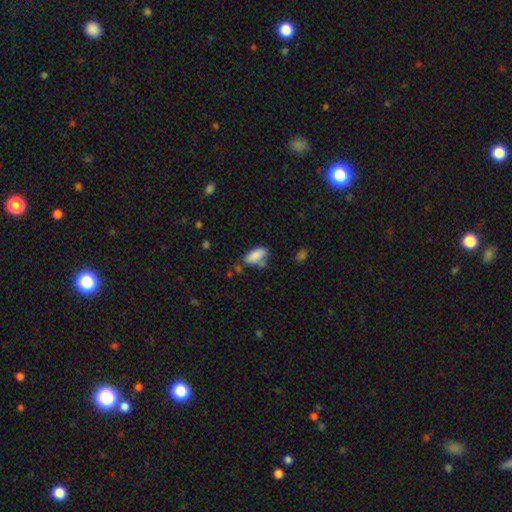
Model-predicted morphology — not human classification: smooth_or_featured: smooth (p=0.83) [alt: star or artifact p=0.08]
how_rounded: in between (p=0.86) [alt: cigar-shaped p=0.11]
merging: none (p=0.51) [alt: minor disturbance p=0.26]